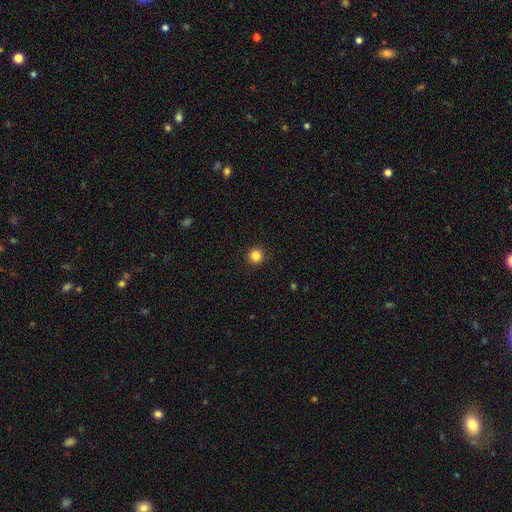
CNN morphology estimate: Smooth or featured: smooth — 85% (star or artifact — 11%)
How rounded: round — 95% (in between — 4%)
Merging: none — 92% (minor disturbance — 5%)